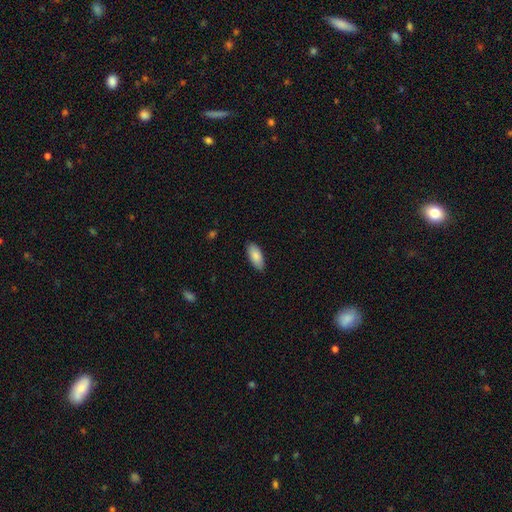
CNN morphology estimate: The model was most divided on "merging": none: 87%, minor disturbance: 10%, major disturbance: 2%, merger: 1%. More confident: how rounded — in between (89%); smooth or featured — smooth (87%).